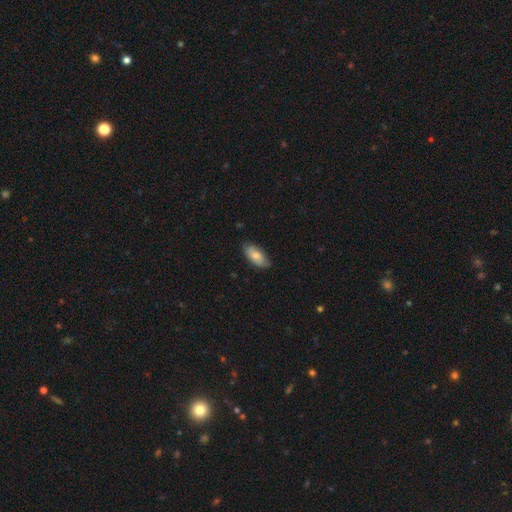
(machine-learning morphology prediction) Smooth or featured: smooth — 76% (featured or disk — 18%)
How rounded: in between — 90% (cigar-shaped — 8%)
Merging: none — 78% (minor disturbance — 18%)